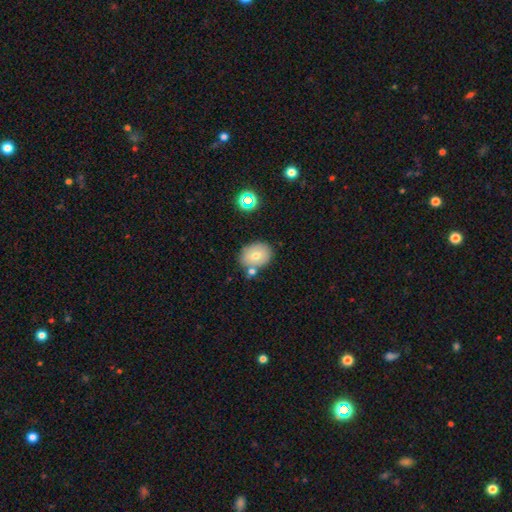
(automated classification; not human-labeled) A smooth galaxy with no disk features (69%) that is in between round and cigar-shaped (60%). Merging: none (69%).